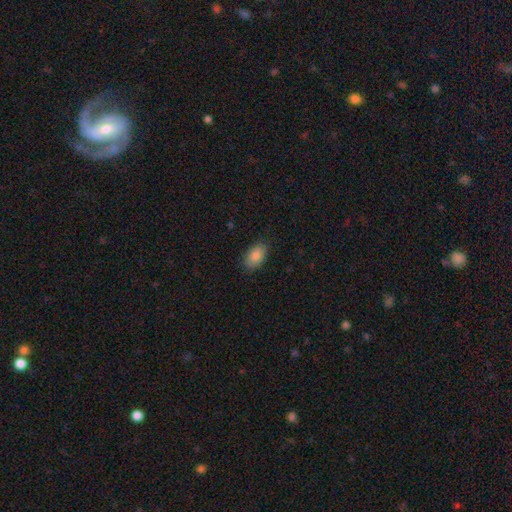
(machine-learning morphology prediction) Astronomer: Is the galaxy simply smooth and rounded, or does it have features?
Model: smooth — 87%.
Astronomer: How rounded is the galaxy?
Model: in between — 93%.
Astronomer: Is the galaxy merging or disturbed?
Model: none — 86%.